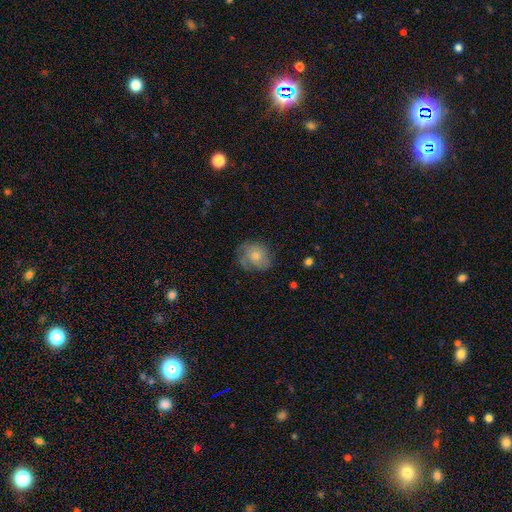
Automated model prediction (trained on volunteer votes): Smooth or featured? smooth (62%)
How rounded? round (62%)
Merging? none (59%)